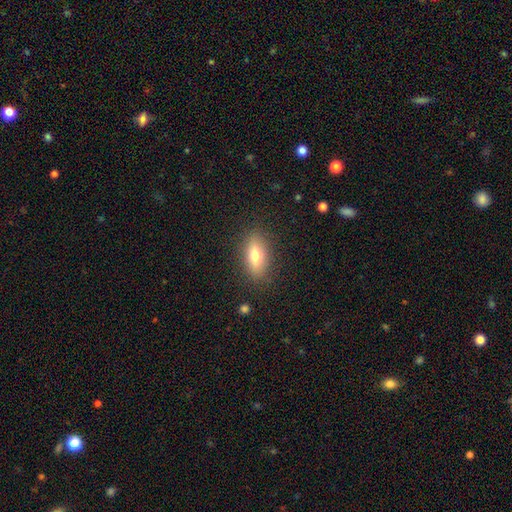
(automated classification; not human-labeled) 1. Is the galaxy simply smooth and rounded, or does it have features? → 69% smooth, 22% featured or disk, 8% star or artifact.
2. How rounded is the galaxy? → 76% in between, 19% cigar-shaped, 5% round.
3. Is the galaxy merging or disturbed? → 85% none, 10% minor disturbance, 3% major disturbance, 1% merger.